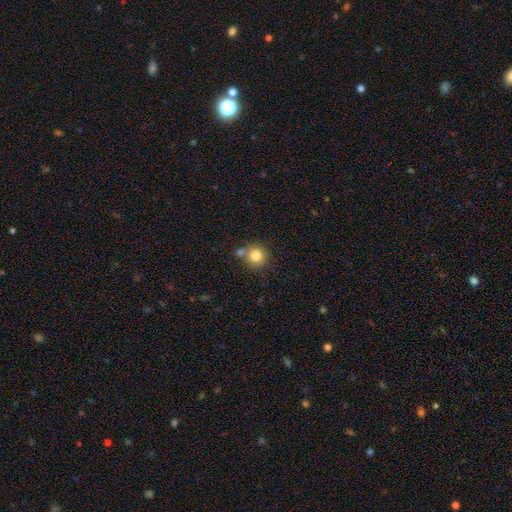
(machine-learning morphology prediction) smooth_or_featured: smooth (p=0.81) [alt: star or artifact p=0.11]
how_rounded: round (p=0.93) [alt: in between p=0.06]
merging: none (p=0.66) [alt: merger p=0.20]